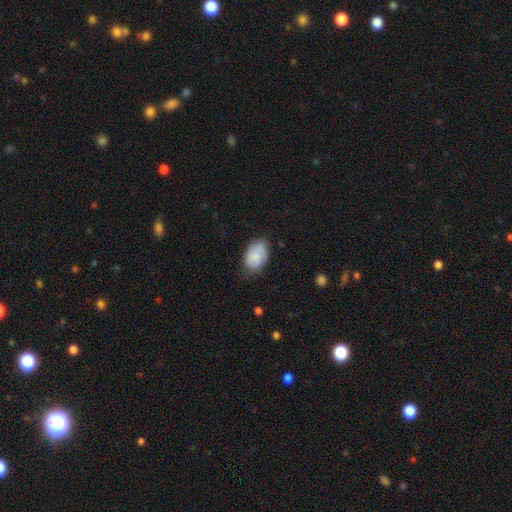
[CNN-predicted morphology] This is clearly a smooth galaxy (87%). How rounded: clearly in between (89%). Merging: likely none (69%).